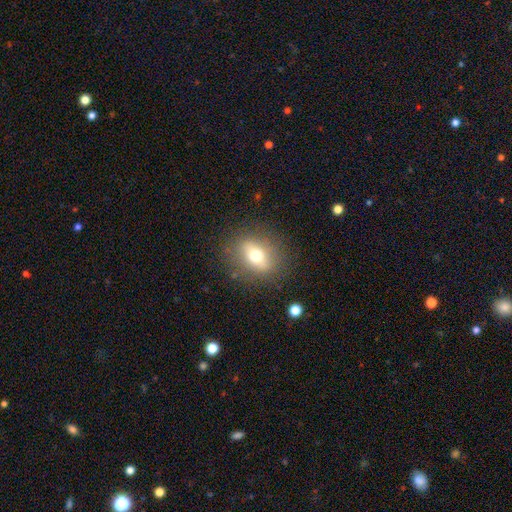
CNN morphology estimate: Smooth or featured: smooth — 59% (featured or disk — 31%)
How rounded: in between — 57% (round — 39%)
Merging: none — 82% (minor disturbance — 12%)